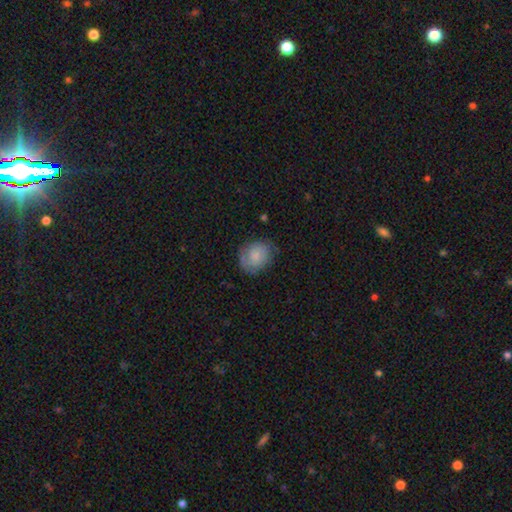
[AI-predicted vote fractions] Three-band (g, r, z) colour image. It shows a smooth galaxy with no disk features (75%) that is round (61%). Merging: none (68%).